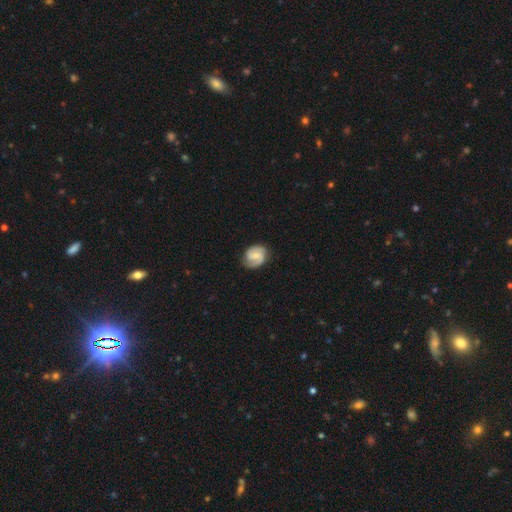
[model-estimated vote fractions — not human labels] This appears to be a featured or disk galaxy (79%) with a weak bar (51%), 2 (88%) medium (48%) spiral arms (97%) and a small central bulge (49%). Merging: none (81%).